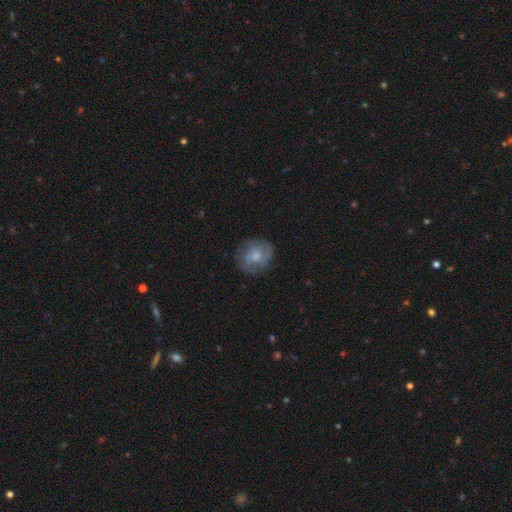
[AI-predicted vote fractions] A smooth galaxy with no disk features (51%) that is round (79%).

Vote fractions:
- Smooth or featured? smooth: 51% / featured or disk: 41% / star or artifact: 8%
- How rounded? round: 79% / in between: 20% / cigar-shaped: 1%
- Merging? none: 74% / minor disturbance: 18% / major disturbance: 7% / merger: 1%